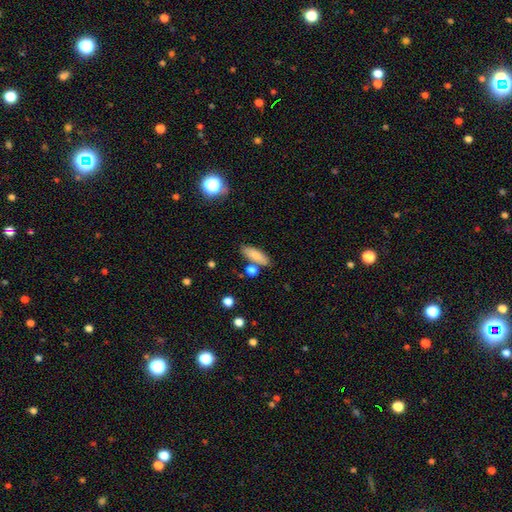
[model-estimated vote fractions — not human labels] A smooth galaxy with no disk features (83%) that is in between round and cigar-shaped (62%).

Vote fractions:
- Smooth or featured? smooth: 83% / featured or disk: 10% / star or artifact: 8%
- How rounded? in between: 62% / cigar-shaped: 35% / round: 3%
- Merging? none: 74% / minor disturbance: 13% / merger: 10% / major disturbance: 3%